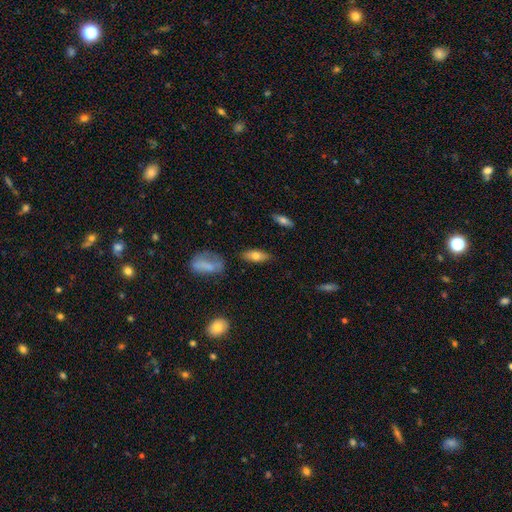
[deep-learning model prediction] This is likely a smooth galaxy (70%). How rounded: likely in between (76%). Merging: clearly none (81%).